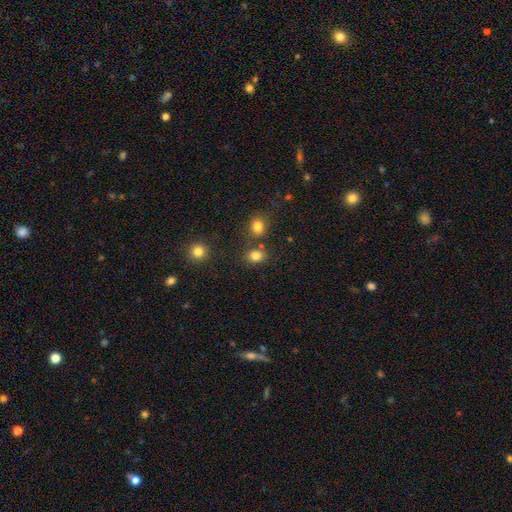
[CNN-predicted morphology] This is clearly a smooth galaxy (82%). How rounded: possibly round (59%). Merging: likely none (71%).